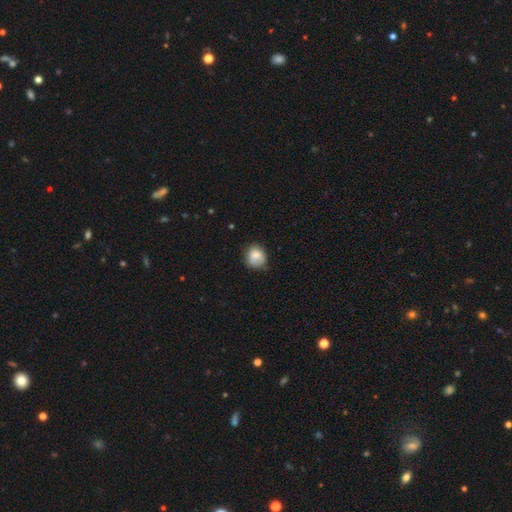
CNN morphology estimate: smooth_or_featured: smooth (p=0.77) [alt: featured or disk p=0.14]
how_rounded: round (p=0.69) [alt: in between p=0.30]
merging: none (p=0.58) [alt: minor disturbance p=0.31]